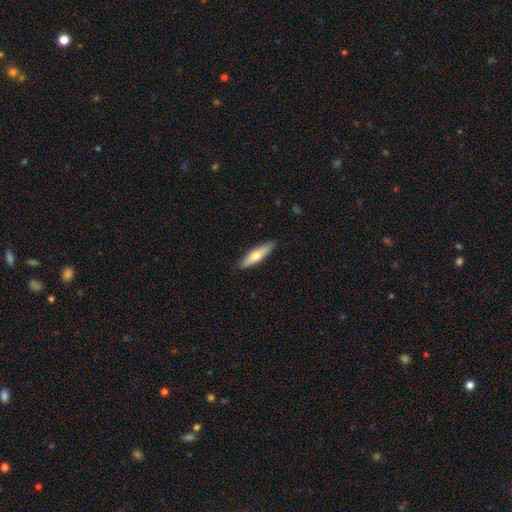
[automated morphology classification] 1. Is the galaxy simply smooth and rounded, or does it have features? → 62% smooth, 33% featured or disk, 5% star or artifact.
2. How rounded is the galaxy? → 69% cigar-shaped, 29% in between, 2% round.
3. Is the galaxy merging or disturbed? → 88% none, 9% minor disturbance, 2% major disturbance, 1% merger.